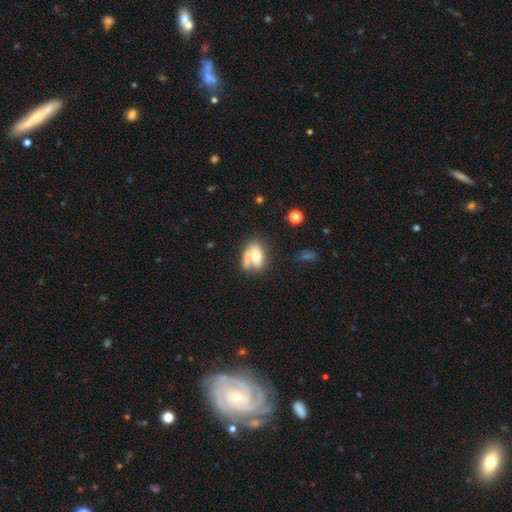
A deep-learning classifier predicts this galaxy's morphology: smooth-or-featured: smooth: 60% | featured or disk: 31% | star or artifact: 8%
  how-rounded: in between: 77% | round: 18% | cigar-shaped: 5%
  merging: none: 37% | merger: 30% | minor disturbance: 18% | major disturbance: 15%